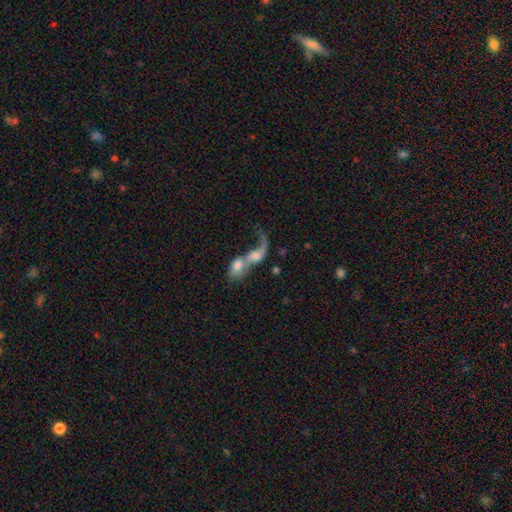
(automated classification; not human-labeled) Smooth or featured? Predicted: featured or disk (p=0.45, tied with smooth). Merging? Predicted: merger (p=0.80).